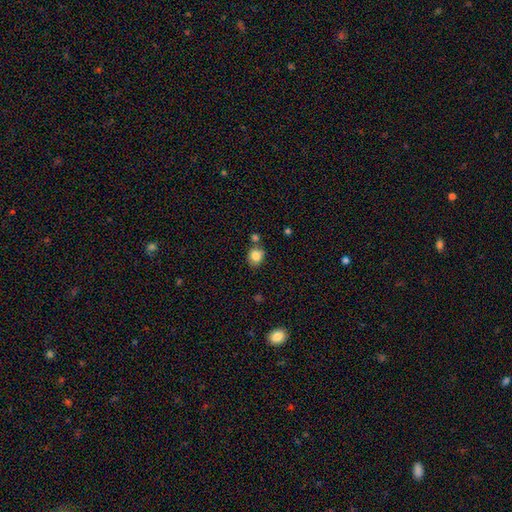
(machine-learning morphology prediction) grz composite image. It shows a smooth galaxy with no disk features (84%) that is round (66%). Merging: none (66%).